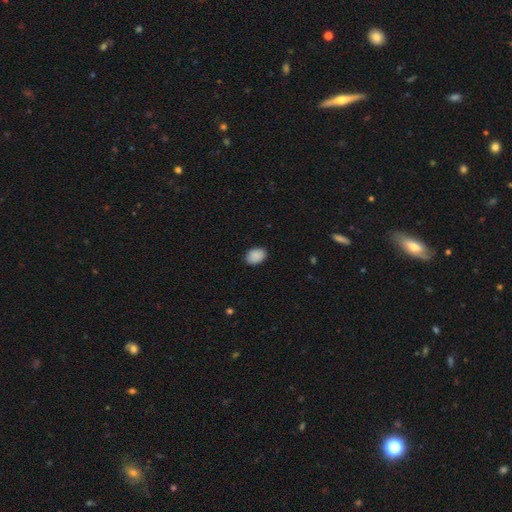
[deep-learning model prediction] smooth-or-featured: smooth: 90% | star or artifact: 7% | featured or disk: 3%
  how-rounded: in between: 75% | round: 24% | cigar-shaped: 1%
  merging: none: 88% | minor disturbance: 9% | major disturbance: 2% | merger: 1%